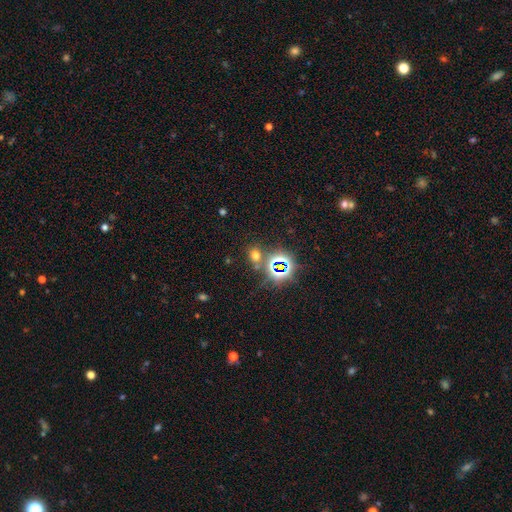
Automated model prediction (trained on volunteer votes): smooth-or-featured: smooth: 52% | star or artifact: 41% | featured or disk: 7%
  how-rounded: round: 60% | in between: 38% | cigar-shaped: 2%
  merging: none: 74% | merger: 12% | minor disturbance: 10% | major disturbance: 4%